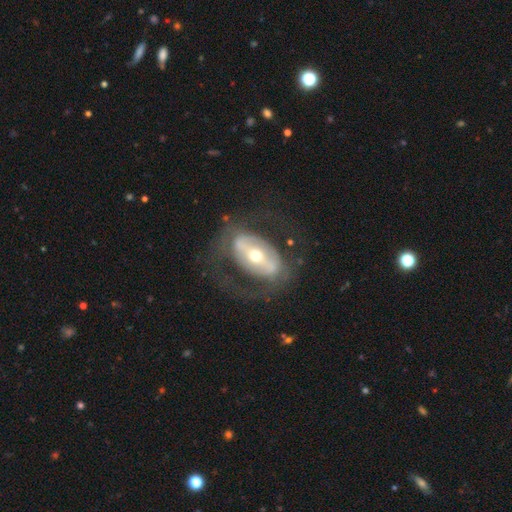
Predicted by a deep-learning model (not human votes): Smooth or featured?
  - featured or disk: 75% *
  - smooth: 18%
  - star or artifact: 6%
Edge-on disk?
  - no: 91% *
  - yes: 9%
Bar?
  - strong: 53% *
  - weak: 24%
  - no: 23%
Spiral arms?
  - yes: 51% *
  - no: 49%
Bulge size?
  - moderate: 55% *
  - small: 38%
  - large: 5%
  - dominant: 1%
  - none: 1%
Merging?
  - none: 64% *
  - major disturbance: 20%
  - minor disturbance: 15%
  - merger: 2%